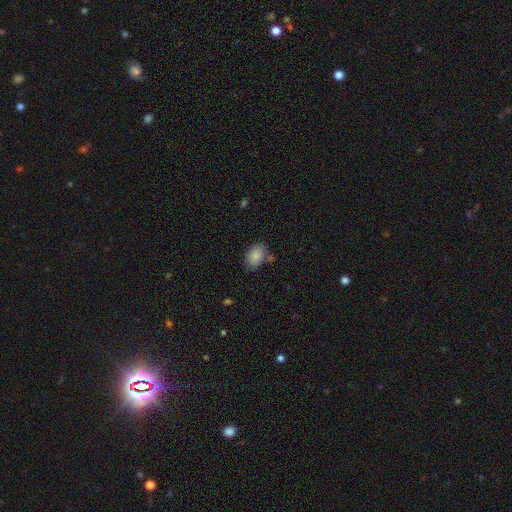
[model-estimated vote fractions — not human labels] Smooth or featured? Predicted: smooth (p=0.86). How rounded? Predicted: in between (p=0.85). Merging? Predicted: none (p=0.75).